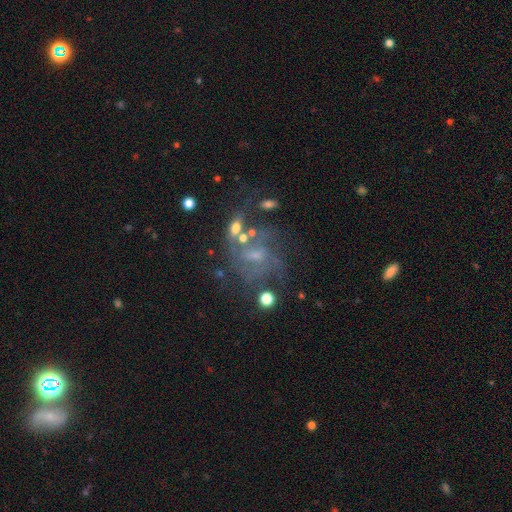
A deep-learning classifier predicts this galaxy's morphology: Overall: featured or disk (66%). Edge-on disk: no (97%). Bar: no (47%; weak 42%). Spiral arms: yes (73%). Bulge size: small (50%; moderate 26%). Merging: none (46%; major disturbance 23%).